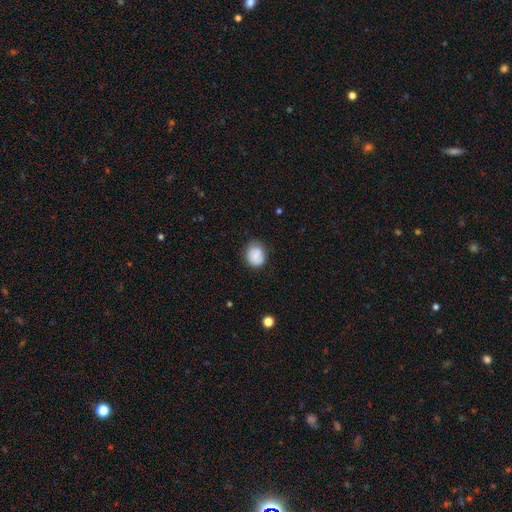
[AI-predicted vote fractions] A smooth galaxy with no disk features (83%) that is round (67%).

Vote fractions:
- Smooth or featured? smooth: 83% / featured or disk: 10% / star or artifact: 8%
- How rounded? round: 67% / in between: 33% / cigar-shaped: 1%
- Merging? none: 74% / minor disturbance: 19% / major disturbance: 5% / merger: 1%